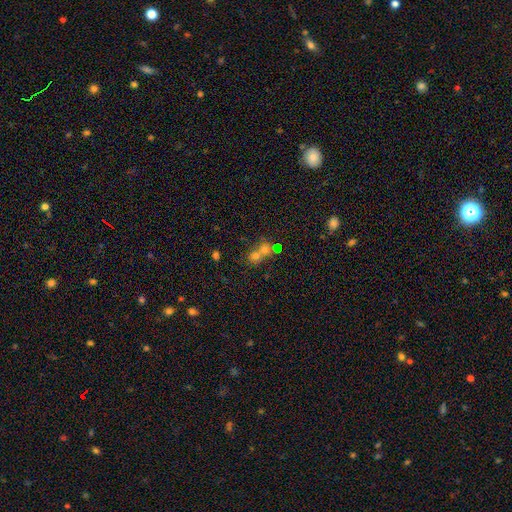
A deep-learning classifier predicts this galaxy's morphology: smooth-or-featured: smooth: 59% | star or artifact: 25% | featured or disk: 16%
  how-rounded: round: 75% | in between: 23% | cigar-shaped: 1%
  merging: merger: 53% | none: 36% | minor disturbance: 6% | major disturbance: 4%